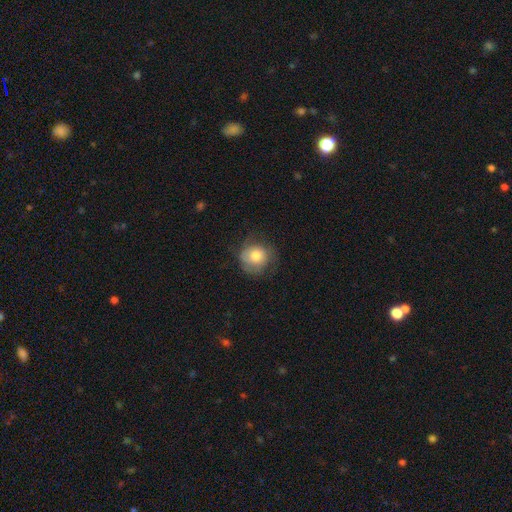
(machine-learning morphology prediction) This appears to be a smooth galaxy with no disk features (68%) that is round (84%). Merging: none (61%).